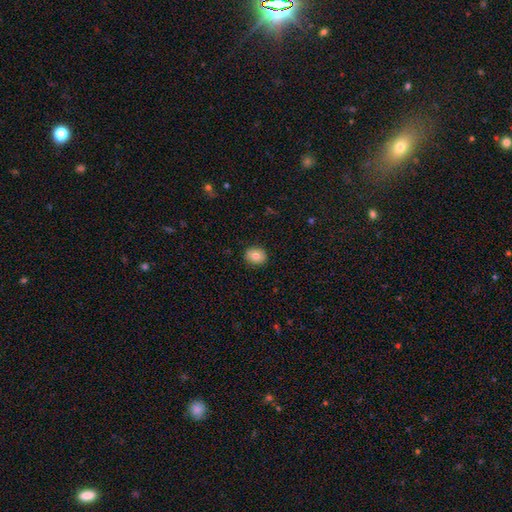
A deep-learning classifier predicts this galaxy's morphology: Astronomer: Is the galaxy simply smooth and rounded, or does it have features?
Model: smooth — 81%.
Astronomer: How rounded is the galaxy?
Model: round — 59% (runner-up: in between, 41%).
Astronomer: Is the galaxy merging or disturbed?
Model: none — 89%.